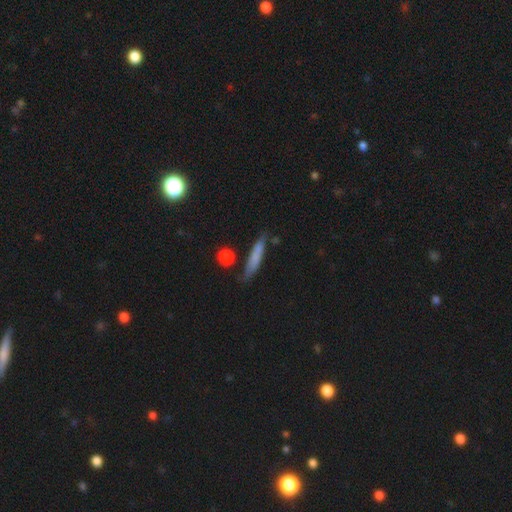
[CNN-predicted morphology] This appears to be a smooth galaxy with no disk features (68%) that is cigar-shaped (87%). Merging: none (73%).